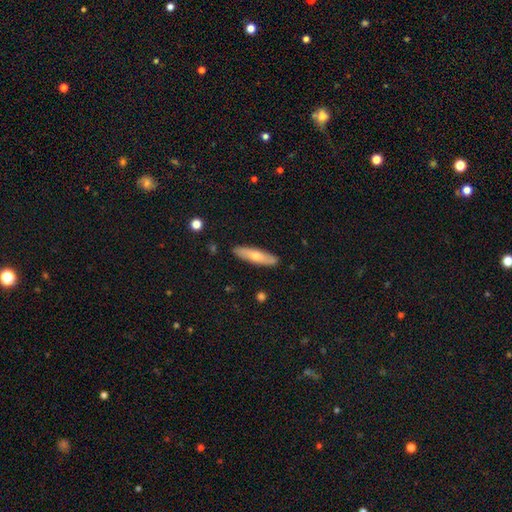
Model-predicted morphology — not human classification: Smooth or featured? Predicted: smooth (p=0.56). How rounded? Predicted: cigar-shaped (p=0.76). Merging? Predicted: none (p=0.89).